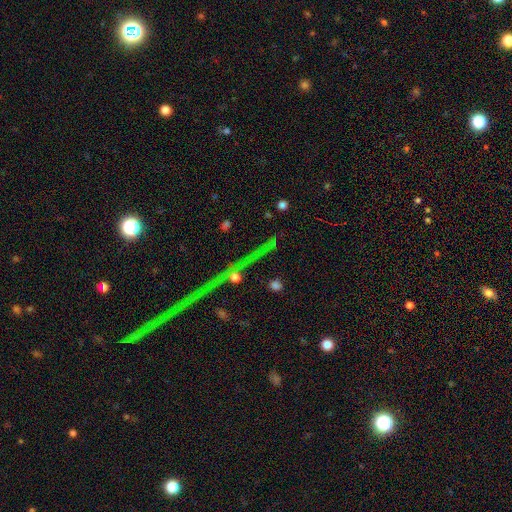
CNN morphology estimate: A star or artifact, not a galaxy (55%).

Vote fractions:
- Smooth or featured? star or artifact: 55% / featured or disk: 27% / smooth: 18%